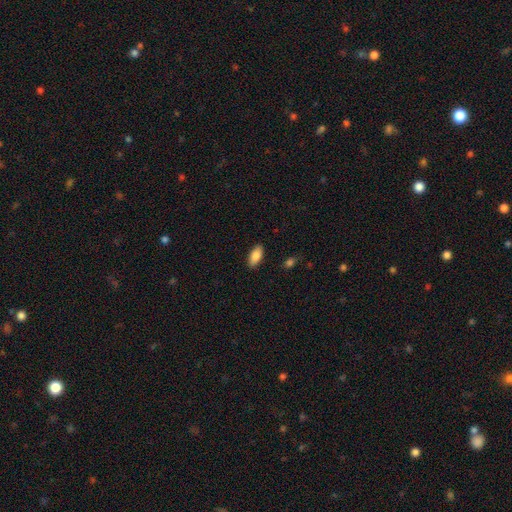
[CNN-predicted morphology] smooth_or_featured: smooth (p=0.86) [alt: featured or disk p=0.08]
how_rounded: in between (p=0.90) [alt: cigar-shaped p=0.08]
merging: none (p=0.88) [alt: minor disturbance p=0.09]